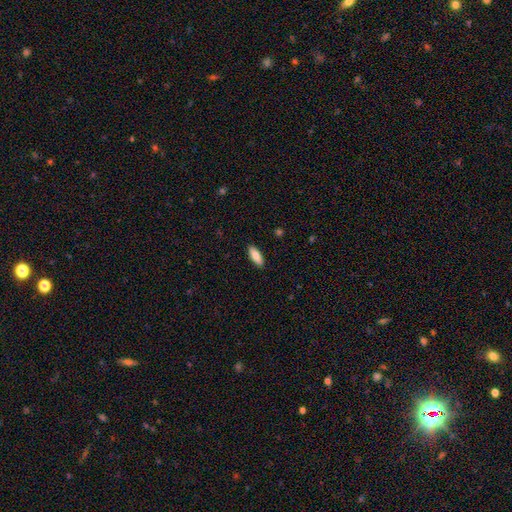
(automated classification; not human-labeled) The model was most divided on "how rounded": in between: 76%, cigar-shaped: 22%, round: 2%. More confident: merging — none (89%); smooth or featured — smooth (83%).